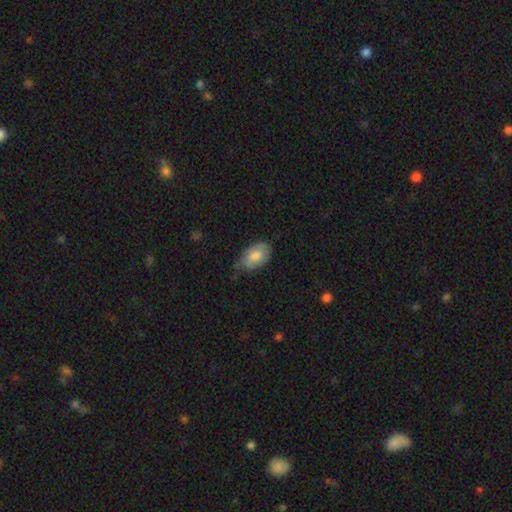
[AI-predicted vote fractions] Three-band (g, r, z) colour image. It shows a smooth galaxy with no disk features (78%) that is in between round and cigar-shaped (92%). Merging: none (51%).